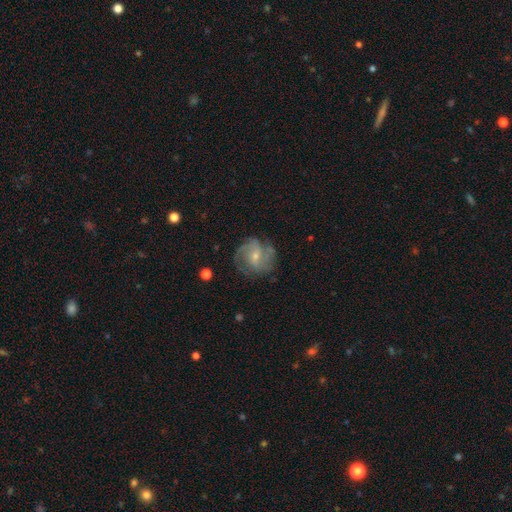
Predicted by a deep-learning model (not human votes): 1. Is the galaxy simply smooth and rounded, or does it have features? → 75% featured or disk, 18% smooth, 7% star or artifact.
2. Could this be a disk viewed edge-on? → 98% no, 2% yes.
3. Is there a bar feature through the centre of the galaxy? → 46% weak, 44% no, 10% strong.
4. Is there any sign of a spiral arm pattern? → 90% yes, 10% no.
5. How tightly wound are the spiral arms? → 48% medium, 32% tight, 21% loose.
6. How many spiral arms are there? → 39% 2, 23% can't tell, 23% 3, 6% 1, 6% 4, 4% more than 4.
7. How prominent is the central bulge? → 62% small, 33% moderate, 2% none, 1% large, 1% dominant.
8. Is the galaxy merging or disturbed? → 67% none, 20% minor disturbance, 11% major disturbance, 2% merger.